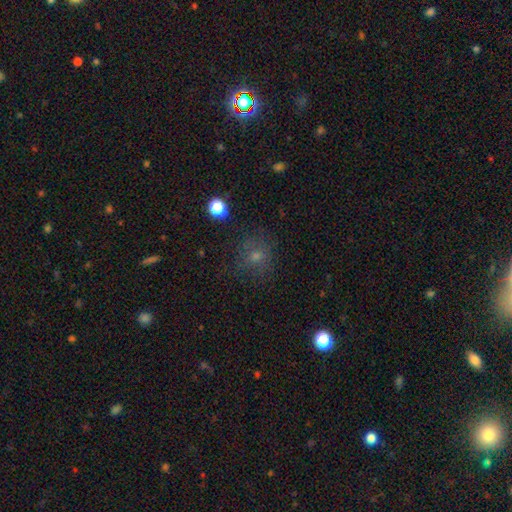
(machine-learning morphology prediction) Overall: smooth (63%). How rounded: round (79%). Merging: none (72%).